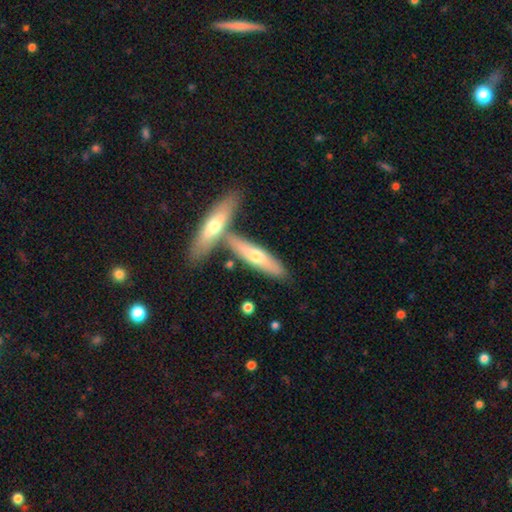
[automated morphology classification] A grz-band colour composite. It shows a smooth galaxy with no disk features (48%). Merging: none (54%).